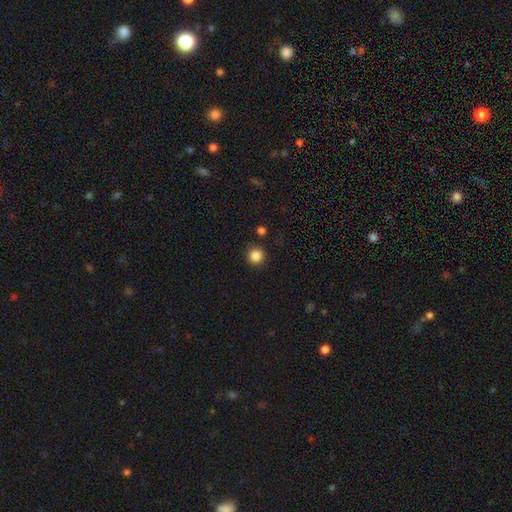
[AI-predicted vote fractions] A smooth galaxy with no disk features (85%) that is round (94%).

Vote fractions:
- Smooth or featured? smooth: 85% / star or artifact: 11% / featured or disk: 4%
- How rounded? round: 94% / in between: 5% / cigar-shaped: 1%
- Merging? none: 88% / minor disturbance: 7% / merger: 3% / major disturbance: 2%